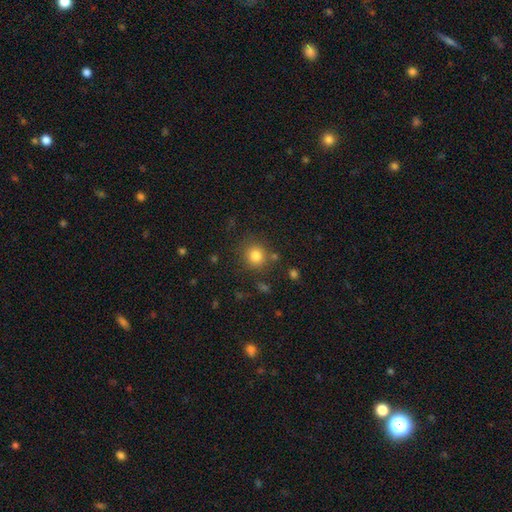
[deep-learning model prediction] smooth-or-featured: smooth: 82% | star or artifact: 12% | featured or disk: 6%
  how-rounded: round: 89% | in between: 10% | cigar-shaped: 1%
  merging: none: 81% | minor disturbance: 10% | merger: 5% | major disturbance: 4%